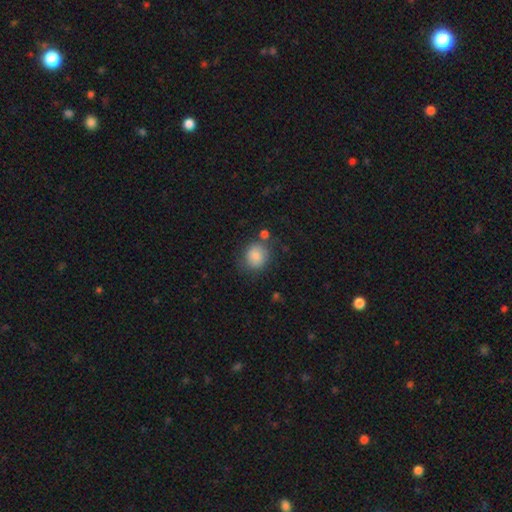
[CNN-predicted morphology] A smooth galaxy with no disk features (80%) that is round (79%). Merging: none (69%).